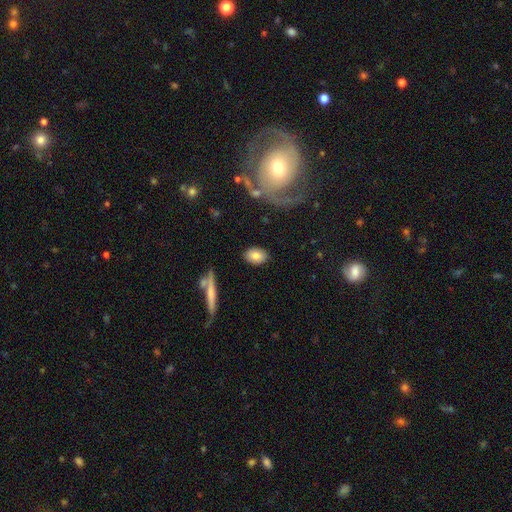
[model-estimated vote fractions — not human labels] Morphology: type=smooth (81%); roundness=in between (81%); merging=none (85%).